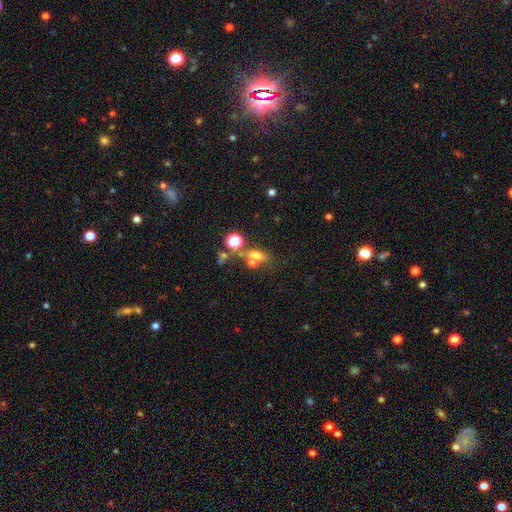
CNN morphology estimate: Q: Smooth or featured?
A: smooth (57%); runner-up: star or artifact (24%)
Q: How rounded?
A: in between (56%); runner-up: round (29%)
Q: Merging?
A: none (47%); runner-up: merger (33%)